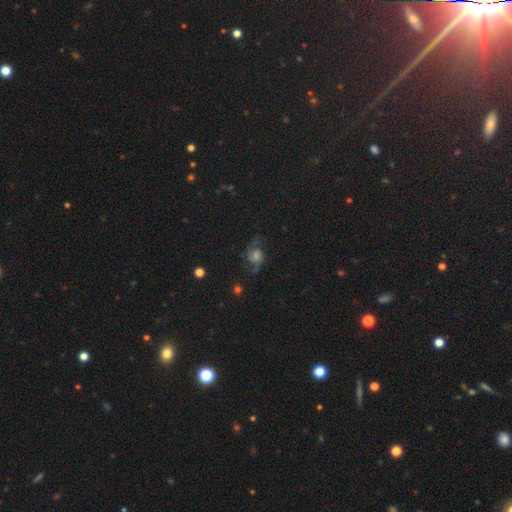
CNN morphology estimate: Smooth or featured? featured or disk (61%)
Edge-on disk? no (95%)
Bar? no (67%)
Spiral arms? yes (91%)
Spiral winding? loose (54%)
Spiral arm count? 2 (88%)
Bulge size? moderate (40%)
Merging? none (68%)